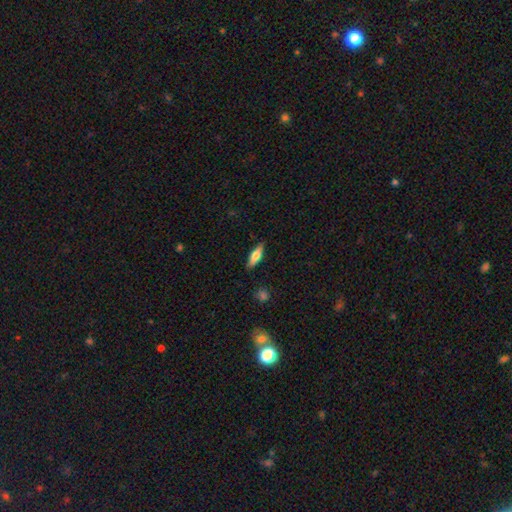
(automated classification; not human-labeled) A smooth galaxy with no disk features (58%) that is cigar-shaped (51%). Merging: none (86%).